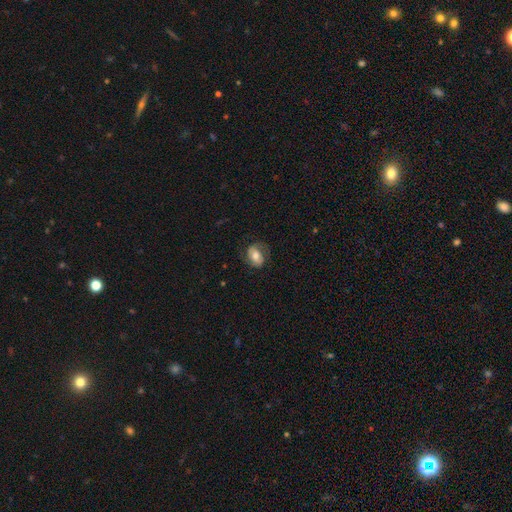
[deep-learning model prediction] Q: Smooth or featured?
A: smooth (50%); runner-up: featured or disk (42%)
Q: How rounded?
A: in between (72%); runner-up: round (27%)
Q: Merging?
A: none (67%); runner-up: minor disturbance (20%)